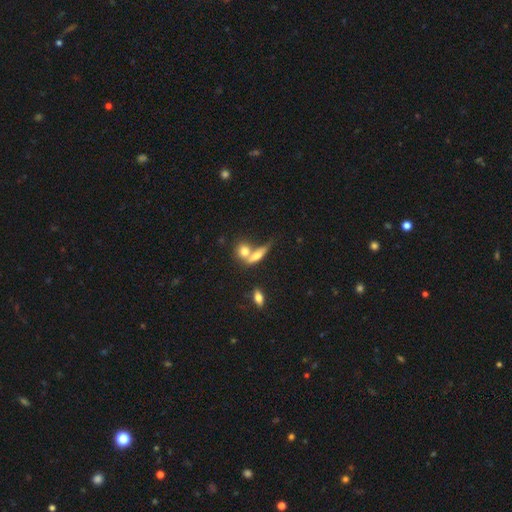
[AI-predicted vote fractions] Smooth or featured?
  - smooth: 64% *
  - featured or disk: 26%
  - star or artifact: 10%
How rounded?
  - in between: 47% *
  - cigar-shaped: 29%
  - round: 24%
Merging?
  - merger: 49% *
  - none: 34%
  - minor disturbance: 10%
  - major disturbance: 7%